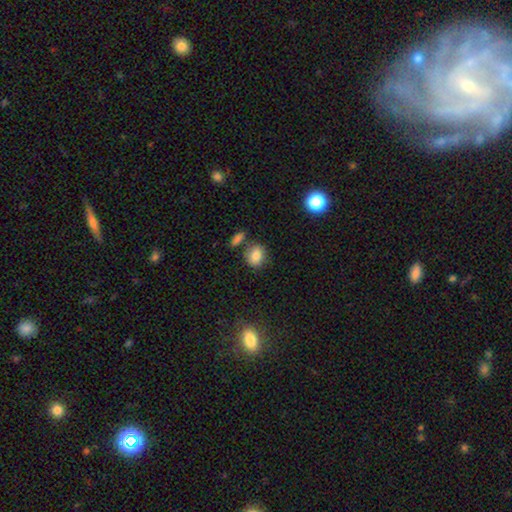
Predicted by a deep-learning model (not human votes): Smooth or featured? smooth (83%)
How rounded? in between (51%)
Merging? none (69%)